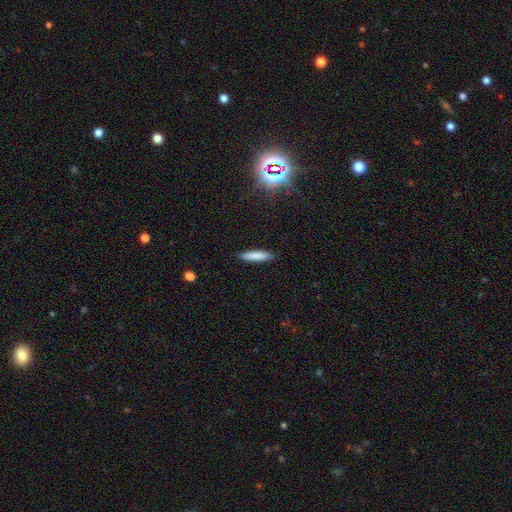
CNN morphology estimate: Smooth or featured?
  - smooth: 82% *
  - featured or disk: 11%
  - star or artifact: 7%
How rounded?
  - cigar-shaped: 86% *
  - in between: 13%
  - round: 1%
Merging?
  - none: 90% *
  - minor disturbance: 7%
  - major disturbance: 2%
  - merger: 1%